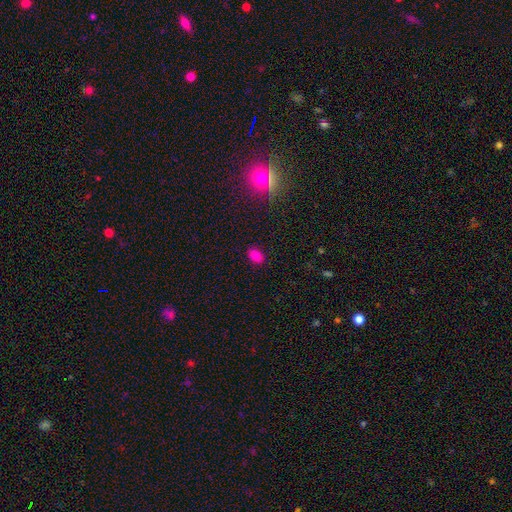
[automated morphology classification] Overall: smooth (79%). How rounded: in between (81%). Merging: none (88%).